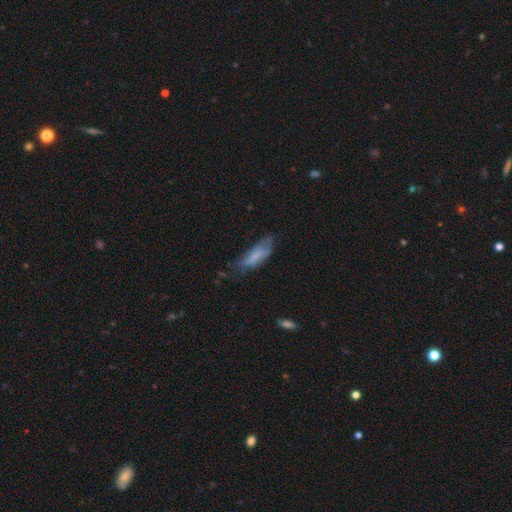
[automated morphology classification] Overall: smooth (63%; featured or disk 28%). How rounded: in between (62%; cigar-shaped 36%). Merging: none (40%; minor disturbance 35%).